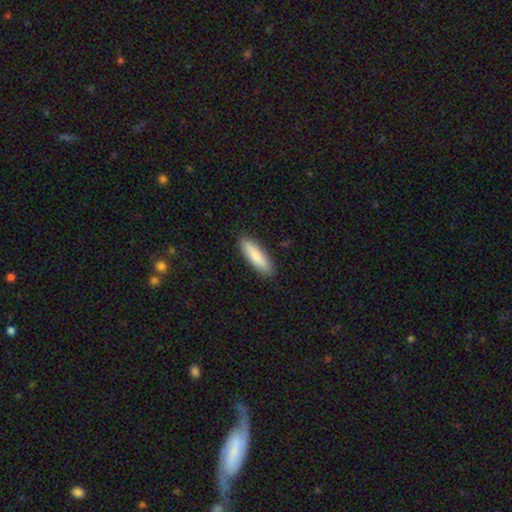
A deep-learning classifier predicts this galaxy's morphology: A smooth galaxy with no disk features (85%) that is cigar-shaped (61%). Merging: none (90%).